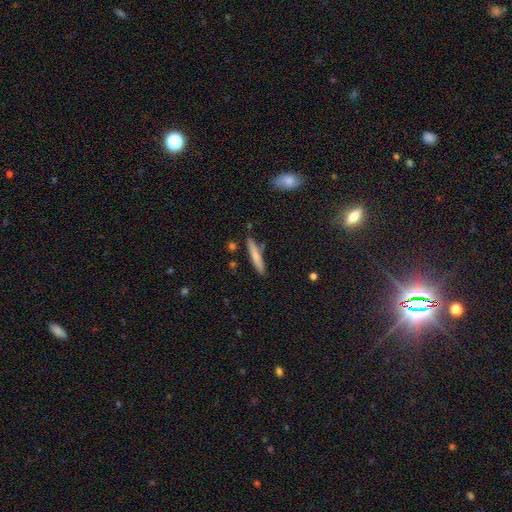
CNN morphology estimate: Smooth or featured?
  - smooth: 70% *
  - featured or disk: 24%
  - star or artifact: 6%
How rounded?
  - cigar-shaped: 91% *
  - in between: 8%
  - round: 2%
Merging?
  - none: 82% *
  - minor disturbance: 11%
  - merger: 4%
  - major disturbance: 2%